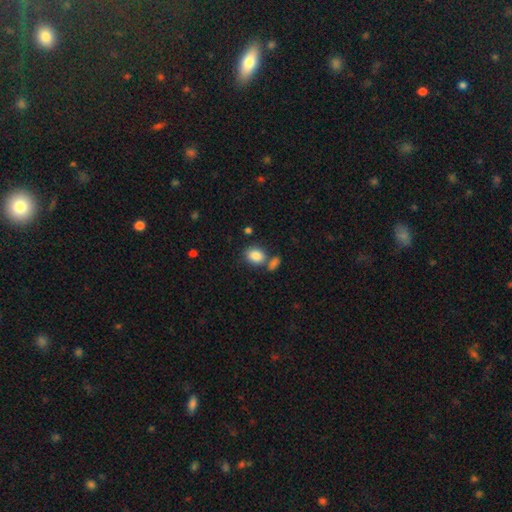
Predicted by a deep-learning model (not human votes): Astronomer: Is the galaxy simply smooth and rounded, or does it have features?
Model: smooth — 86%.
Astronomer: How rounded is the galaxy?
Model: in between — 60% (runner-up: round, 39%).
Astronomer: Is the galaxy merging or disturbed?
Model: none — 58%.